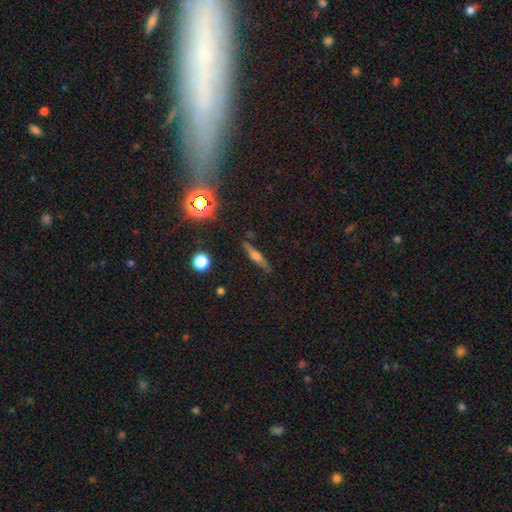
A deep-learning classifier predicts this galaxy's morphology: smooth-or-featured: featured or disk: 47% | smooth: 41% | star or artifact: 13%
  merging: none: 83% | minor disturbance: 12% | major disturbance: 3% | merger: 2%